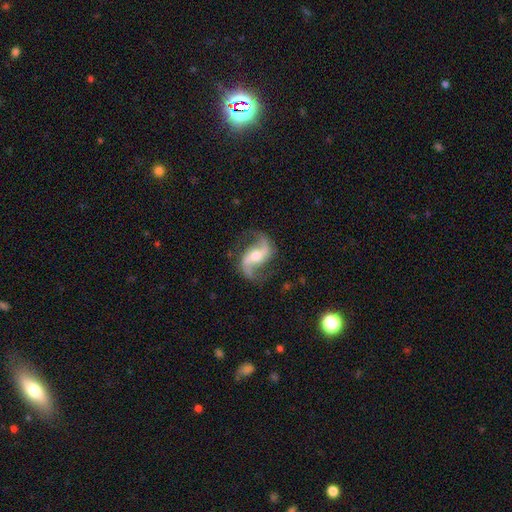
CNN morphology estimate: A featured or disk galaxy (91%) with a weak bar (38%), 2 (94%) loose (66%) spiral arms (97%) and a moderate central bulge (61%). Merging: none (79%).